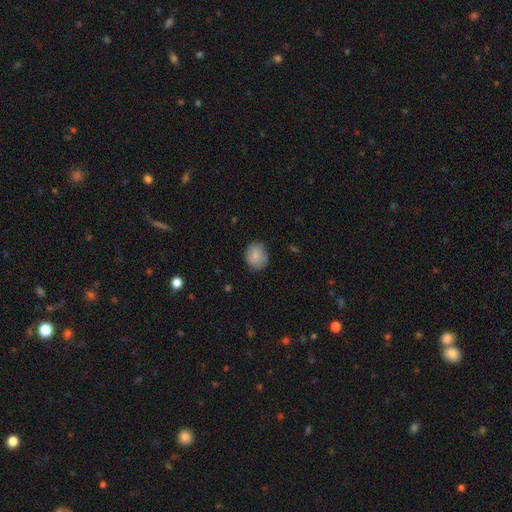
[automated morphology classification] smooth_or_featured: smooth (p=0.80) [alt: featured or disk p=0.13]
how_rounded: round (p=0.70) [alt: in between p=0.29]
merging: none (p=0.80) [alt: minor disturbance p=0.15]